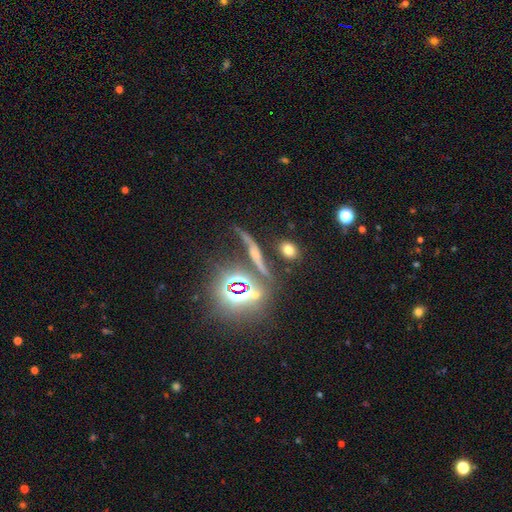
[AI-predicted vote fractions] A featured or disk galaxy (41%).

Vote fractions:
- Smooth or featured? featured or disk: 41% / star or artifact: 34% / smooth: 26%
- Merging? none: 61% / minor disturbance: 18% / major disturbance: 11% / merger: 10%